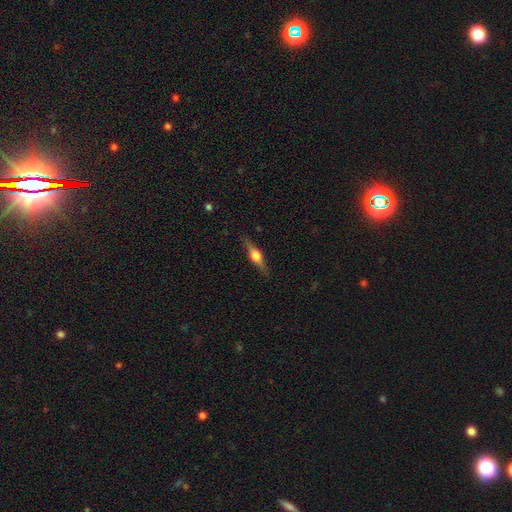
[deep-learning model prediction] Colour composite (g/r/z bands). It shows a featured or disk galaxy (57%) viewed edge-on (95%) with a rounded central bulge (92%). Merging: none (86%).